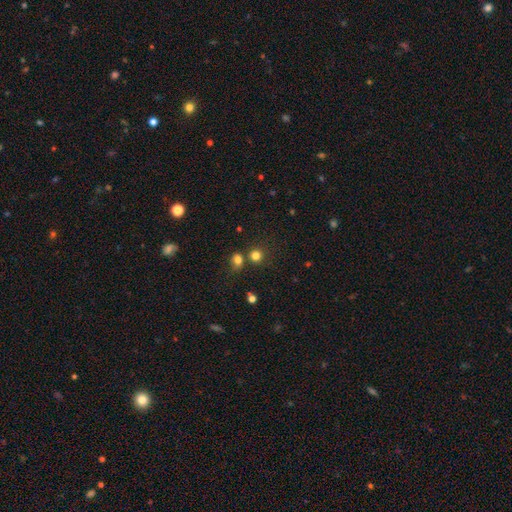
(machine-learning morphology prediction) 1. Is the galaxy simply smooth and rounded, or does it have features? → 78% smooth, 16% star or artifact, 6% featured or disk.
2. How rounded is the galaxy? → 87% round, 12% in between, 1% cigar-shaped.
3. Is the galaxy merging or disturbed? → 69% none, 19% merger, 9% minor disturbance, 4% major disturbance.